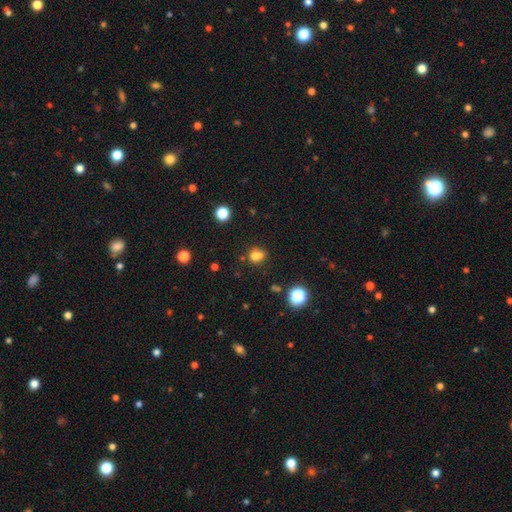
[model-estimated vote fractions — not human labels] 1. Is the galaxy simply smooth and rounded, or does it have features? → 73% smooth, 16% star or artifact, 11% featured or disk.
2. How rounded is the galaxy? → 66% round, 33% in between, 1% cigar-shaped.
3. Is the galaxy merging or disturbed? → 49% none, 30% merger, 15% minor disturbance, 6% major disturbance.